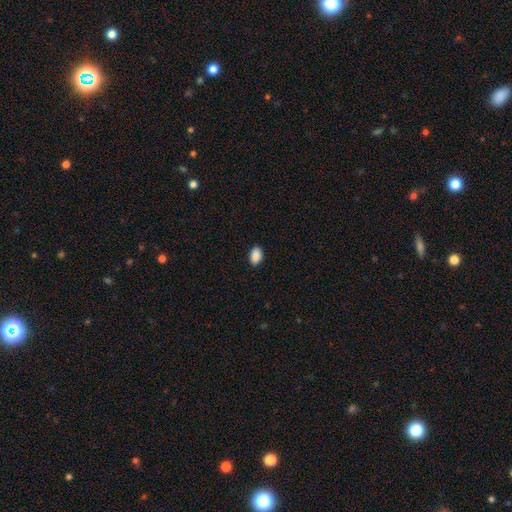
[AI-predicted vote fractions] Smooth or featured? Predicted: smooth (p=0.90). How rounded? Predicted: in between (p=0.88). Merging? Predicted: none (p=0.89).